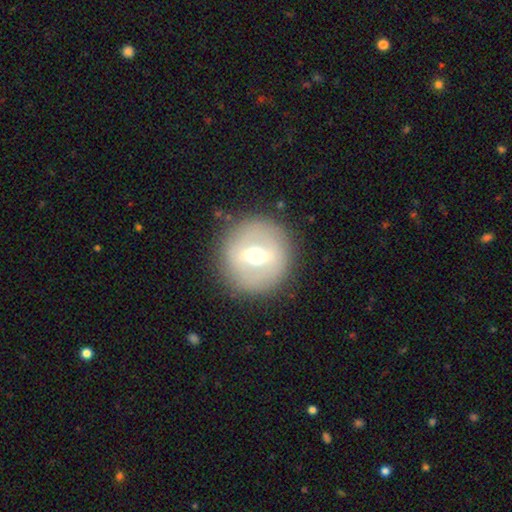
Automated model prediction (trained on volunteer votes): featured or disk 58%, smooth 33%, star or artifact 9%. Down the decision tree: edge-on disk — no (84%); merging — none (87%).